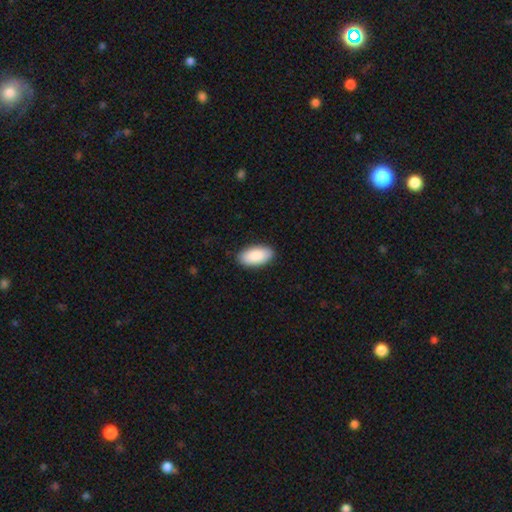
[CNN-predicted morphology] Smooth or featured: smooth — 90% (star or artifact — 6%)
How rounded: in between — 95% (cigar-shaped — 3%)
Merging: none — 89% (minor disturbance — 8%)